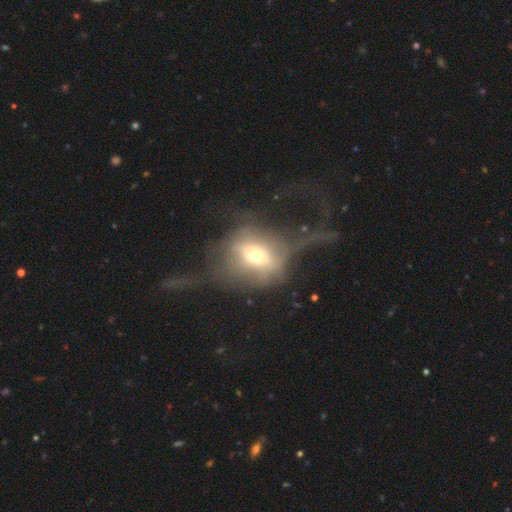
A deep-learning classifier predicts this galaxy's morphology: type=featured or disk (49%); merging=major disturbance (58%).